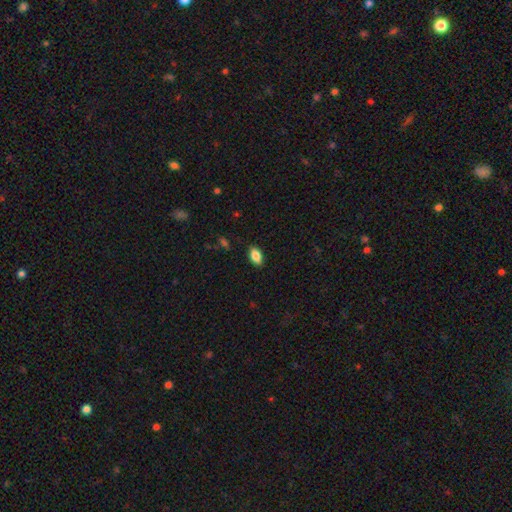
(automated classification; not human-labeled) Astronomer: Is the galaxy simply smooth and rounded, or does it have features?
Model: smooth — 86%.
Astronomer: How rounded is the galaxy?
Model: in between — 91%.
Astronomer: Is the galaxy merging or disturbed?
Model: none — 87%.